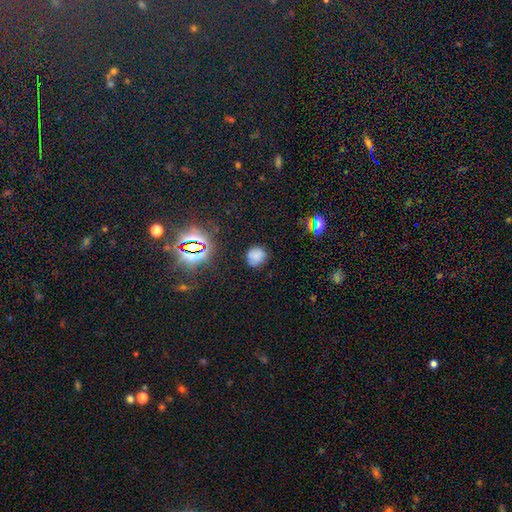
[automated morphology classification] type=smooth (72%); roundness=round (79%); merging=none (77%).